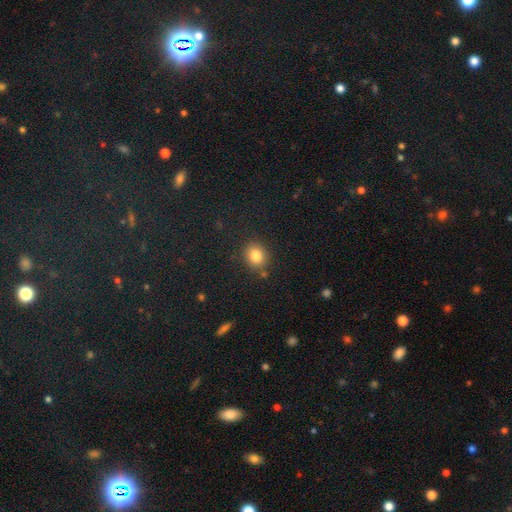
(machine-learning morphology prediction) Q: Smooth or featured?
A: smooth (82%); runner-up: star or artifact (11%)
Q: How rounded?
A: round (66%); runner-up: in between (33%)
Q: Merging?
A: none (83%); runner-up: minor disturbance (10%)